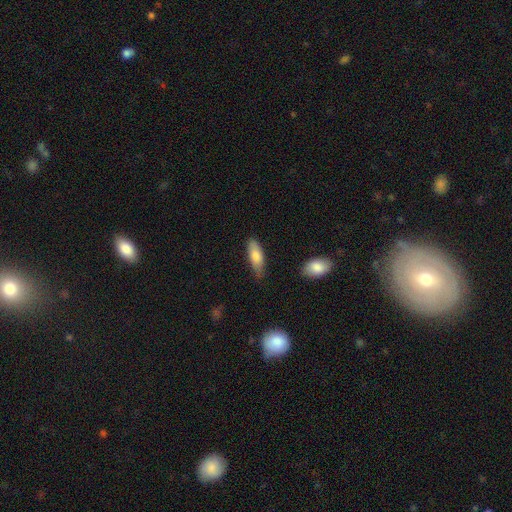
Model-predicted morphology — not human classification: smooth_or_featured: smooth (p=0.78) [alt: featured or disk p=0.16]
how_rounded: in between (p=0.65) [alt: cigar-shaped p=0.33]
merging: none (p=0.71) [alt: minor disturbance p=0.23]